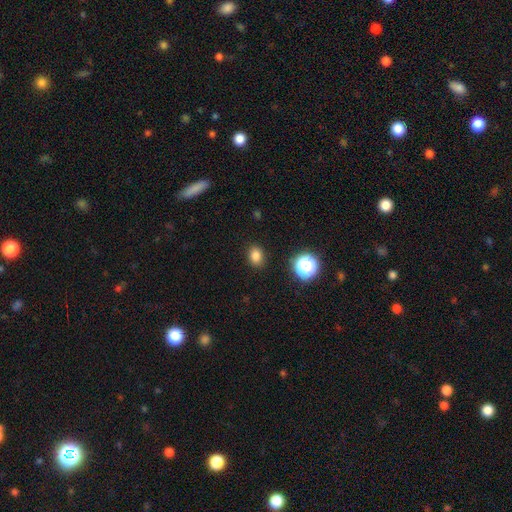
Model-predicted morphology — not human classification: Smooth or featured? smooth (81%)
How rounded? in between (56%)
Merging? none (88%)